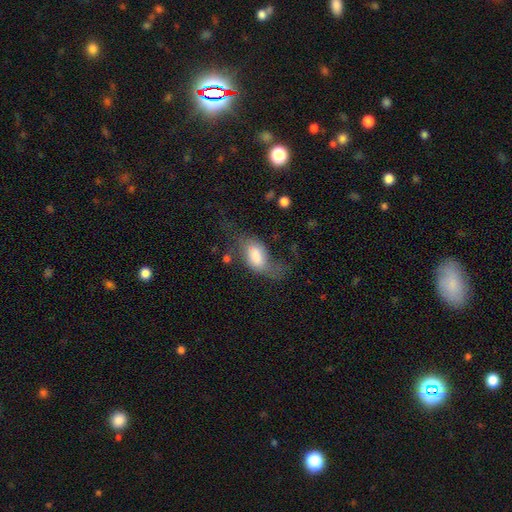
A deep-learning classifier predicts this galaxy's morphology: The model was most divided on "merging": major disturbance: 42%, none: 29%, minor disturbance: 24%, merger: 5%. More confident: how rounded — in between (88%); smooth or featured — smooth (57%).